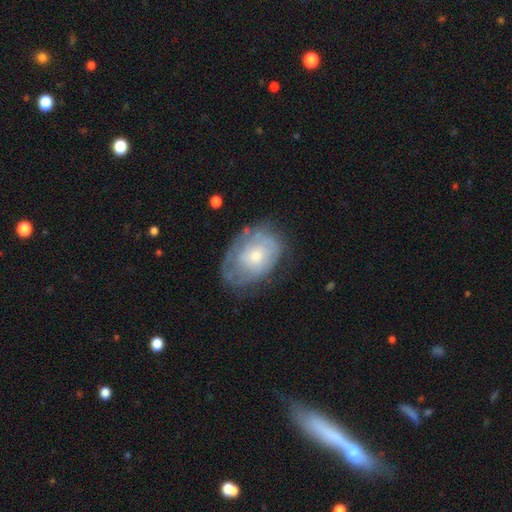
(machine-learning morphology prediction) Smooth or featured? featured or disk (59%)
Edge-on disk? no (96%)
Bar? no (80%)
Spiral arms? yes (63%)
Bulge size? moderate (49%)
Merging? none (61%)